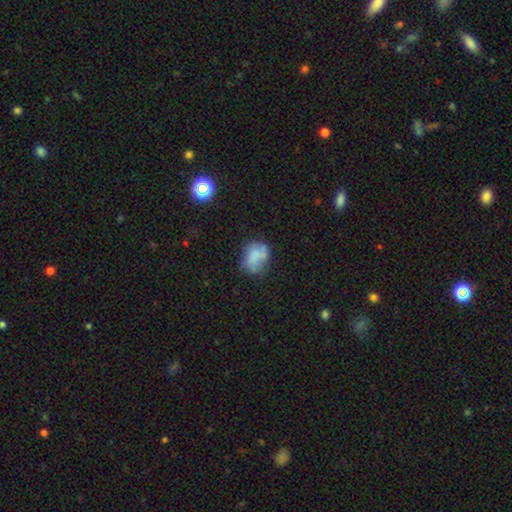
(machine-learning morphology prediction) Smooth or featured? smooth (67%)
How rounded? in between (58%)
Merging? none (50%)